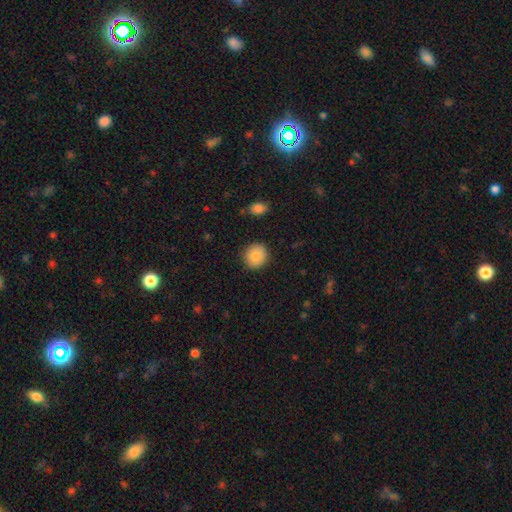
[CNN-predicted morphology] smooth 86%, star or artifact 8%, featured or disk 6%. Down the decision tree: how rounded — round (87%); merging — none (89%).